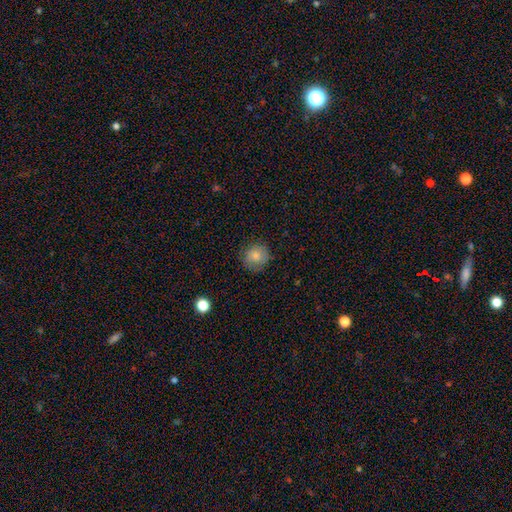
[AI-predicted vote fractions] Overall: smooth (80%). How rounded: round (89%). Merging: none (82%).